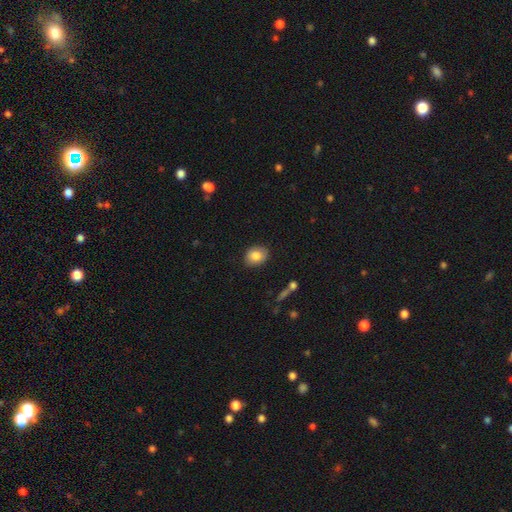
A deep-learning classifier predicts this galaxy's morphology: smooth-or-featured: smooth: 83% | featured or disk: 8% | star or artifact: 8%
  how-rounded: in between: 57% | round: 42% | cigar-shaped: 1%
  merging: none: 85% | minor disturbance: 11% | major disturbance: 2% | merger: 1%